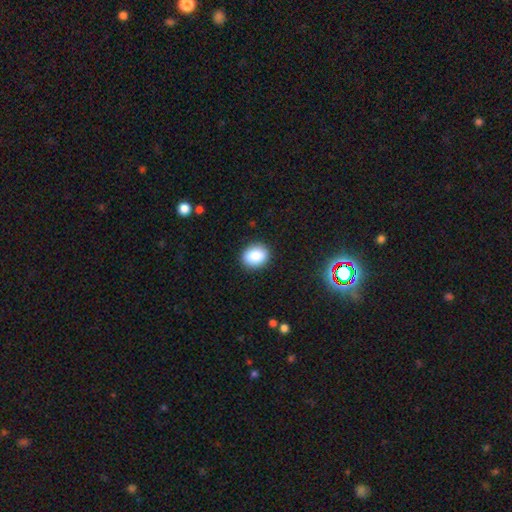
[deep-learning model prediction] Q: Smooth or featured?
A: smooth (86%); runner-up: star or artifact (8%)
Q: How rounded?
A: in between (50%); runner-up: round (49%)
Q: Merging?
A: none (90%); runner-up: minor disturbance (7%)